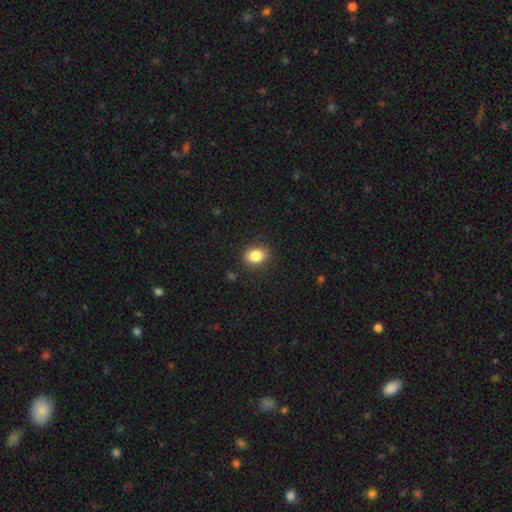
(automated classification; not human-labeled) A smooth galaxy with no disk features (85%) that is in between round and cigar-shaped (56%). Merging: none (88%).